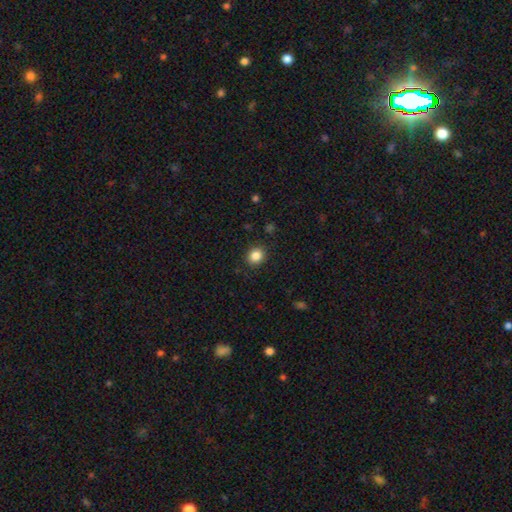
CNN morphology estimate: A smooth galaxy with no disk features (85%) that is round (77%). Merging: none (89%).